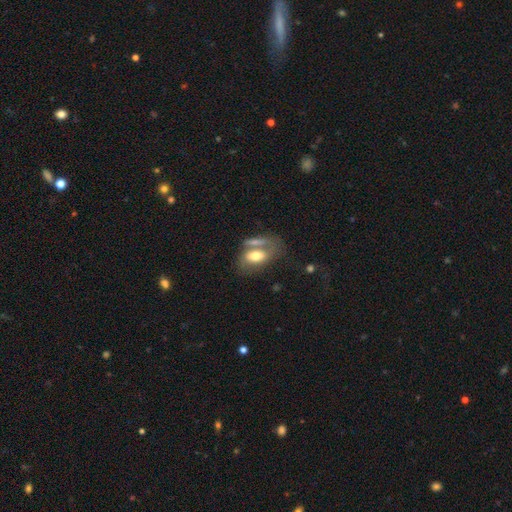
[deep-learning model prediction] A smooth galaxy with no disk features (57%) that is in between round and cigar-shaped (87%).

Vote fractions:
- Smooth or featured? smooth: 57% / featured or disk: 36% / star or artifact: 7%
- How rounded? in between: 87% / round: 8% / cigar-shaped: 6%
- Merging? merger: 38% / none: 32% / minor disturbance: 16% / major disturbance: 14%